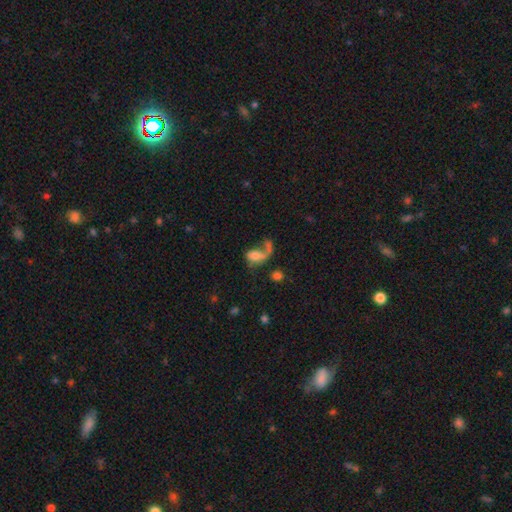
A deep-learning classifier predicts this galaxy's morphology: A smooth galaxy with no disk features (49%). Merging: major disturbance (36%).